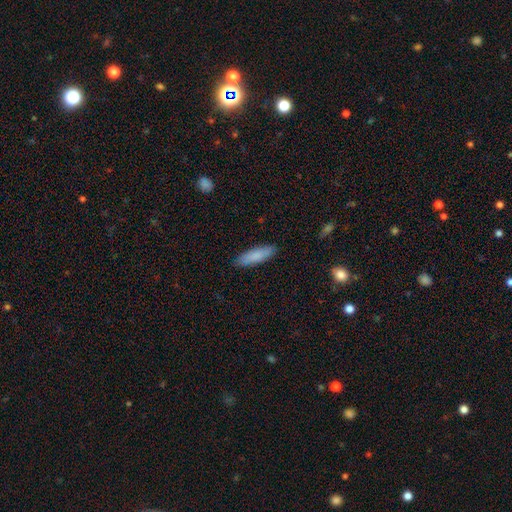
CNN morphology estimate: Q: Smooth or featured?
A: smooth (84%); runner-up: featured or disk (10%)
Q: How rounded?
A: cigar-shaped (64%); runner-up: in between (35%)
Q: Merging?
A: none (88%); runner-up: minor disturbance (9%)